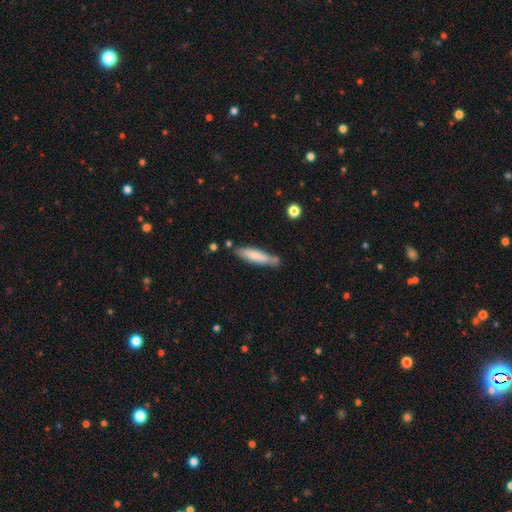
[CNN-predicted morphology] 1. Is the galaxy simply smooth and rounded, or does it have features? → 76% smooth, 19% featured or disk, 5% star or artifact.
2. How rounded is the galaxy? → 80% cigar-shaped, 18% in between, 1% round.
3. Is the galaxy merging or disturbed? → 71% none, 19% minor disturbance, 6% merger, 4% major disturbance.